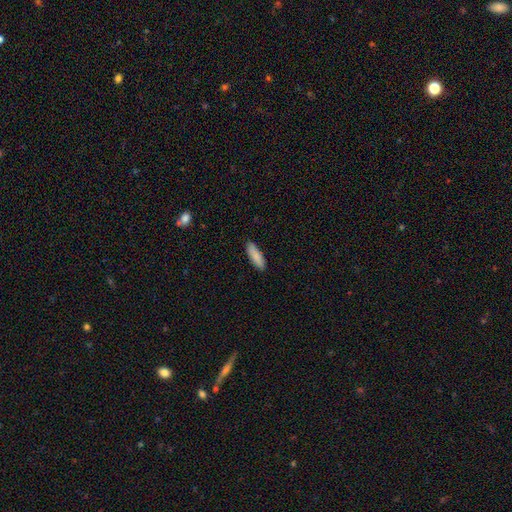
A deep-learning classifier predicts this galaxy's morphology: A smooth galaxy with no disk features (86%) that is in between round and cigar-shaped (50%). Merging: none (88%).